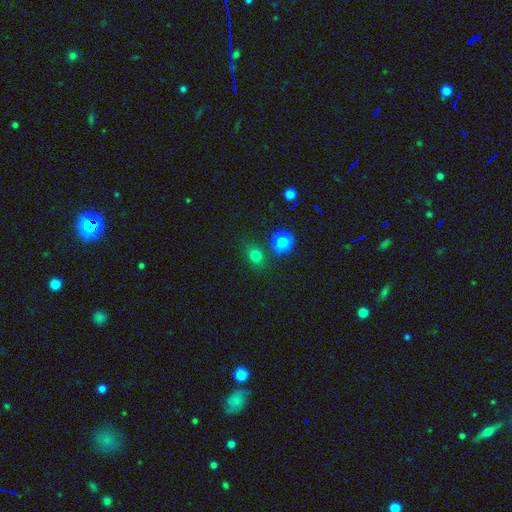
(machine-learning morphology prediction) Smooth or featured? smooth (73%)
How rounded? round (72%)
Merging? none (81%)